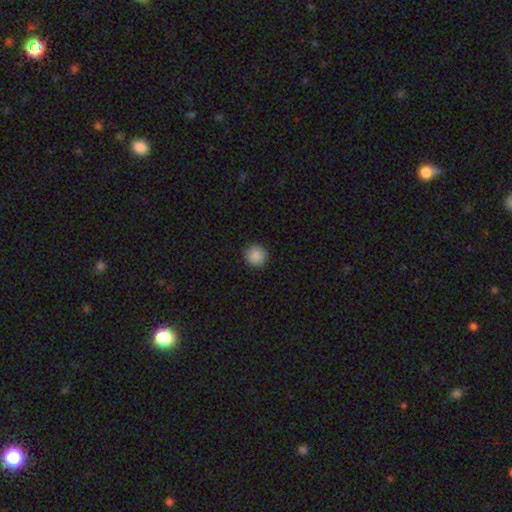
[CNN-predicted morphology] smooth_or_featured: smooth (p=0.89) [alt: star or artifact p=0.09]
how_rounded: round (p=0.95) [alt: in between p=0.04]
merging: none (p=0.93) [alt: minor disturbance p=0.05]